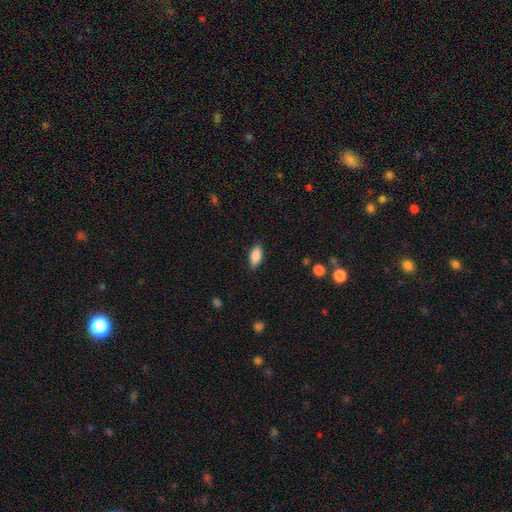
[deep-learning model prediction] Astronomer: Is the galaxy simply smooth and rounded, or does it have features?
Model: smooth — 85%.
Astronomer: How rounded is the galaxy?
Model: in between — 86%.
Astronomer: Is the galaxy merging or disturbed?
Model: none — 86%.